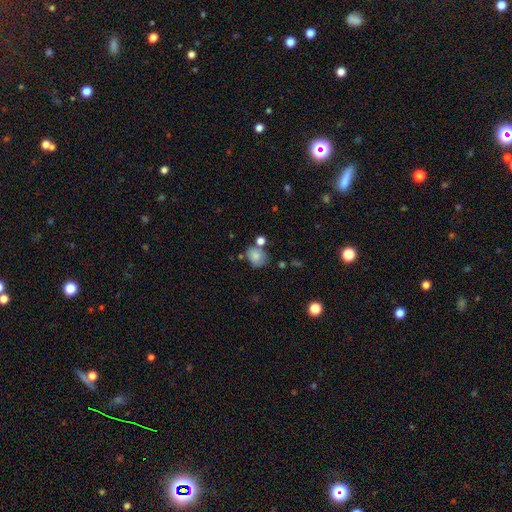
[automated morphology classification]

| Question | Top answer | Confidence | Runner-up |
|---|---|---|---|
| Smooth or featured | smooth | 78% | featured or disk (12%) |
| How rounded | round | 58% | in between (41%) |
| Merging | none | 56% | minor disturbance (20%) |